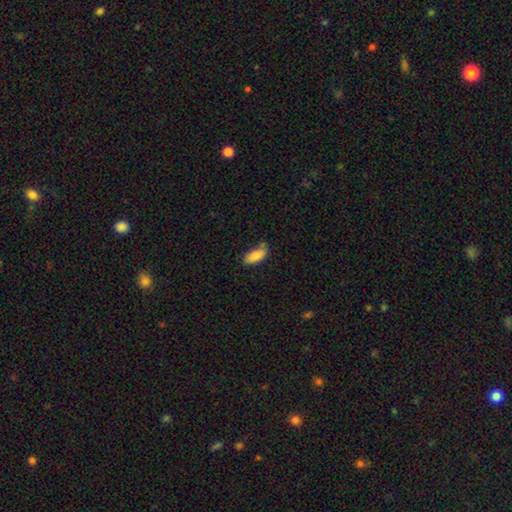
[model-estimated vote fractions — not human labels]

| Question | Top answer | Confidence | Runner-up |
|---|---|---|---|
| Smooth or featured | smooth | 85% | featured or disk (8%) |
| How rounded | in between | 86% | cigar-shaped (12%) |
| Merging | none | 68% | minor disturbance (21%) |